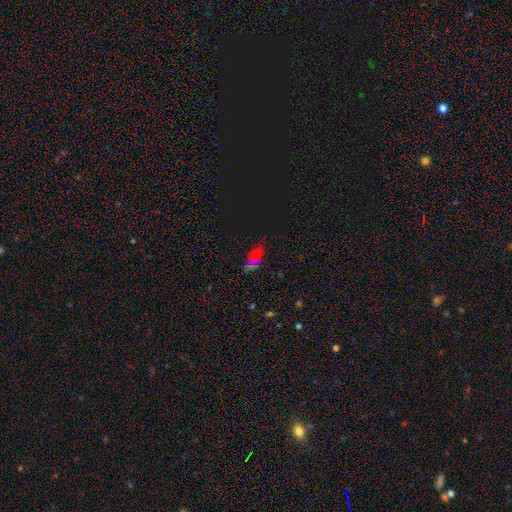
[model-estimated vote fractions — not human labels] Overall: smooth (46%; star or artifact 45%). Merging: none (77%).